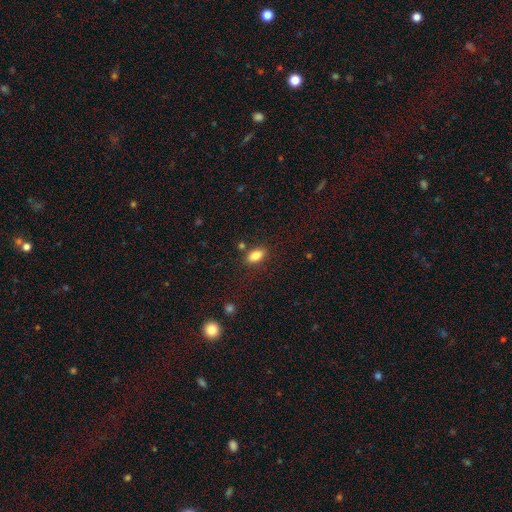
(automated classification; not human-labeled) This appears to be a smooth galaxy with no disk features (83%) that is in between round and cigar-shaped (89%). Merging: none (82%).